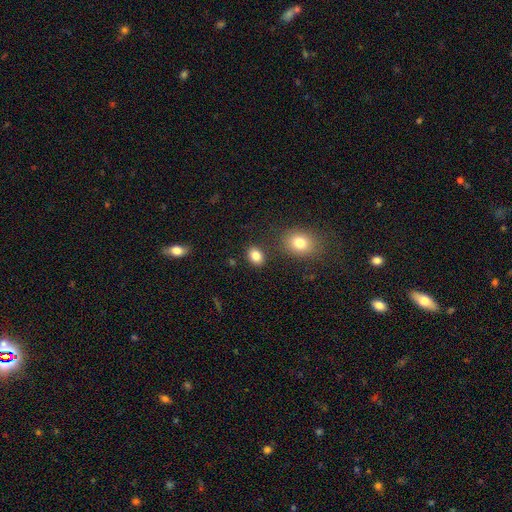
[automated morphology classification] Smooth or featured: smooth — 84% (star or artifact — 10%)
How rounded: in between — 63% (round — 36%)
Merging: none — 82% (minor disturbance — 10%)